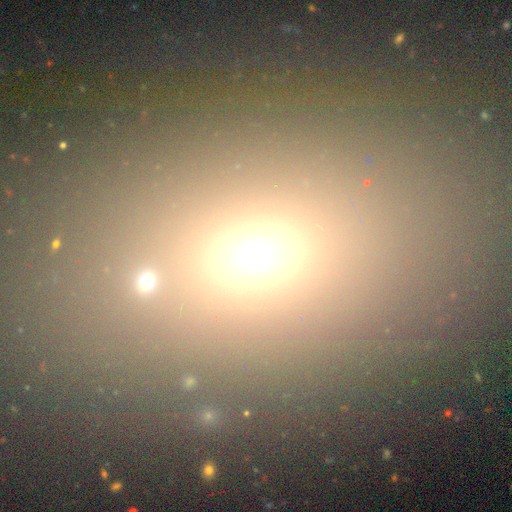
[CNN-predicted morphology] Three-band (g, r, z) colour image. It shows a smooth galaxy with no disk features (65%) that is in between round and cigar-shaped (65%). Merging: none (71%).